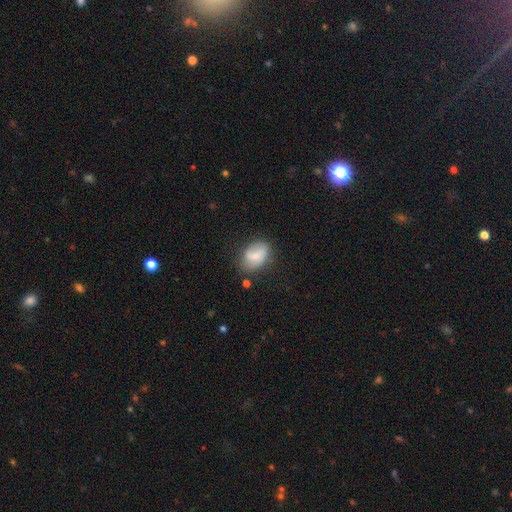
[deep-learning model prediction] Overall: smooth (62%; featured or disk 30%). How rounded: in between (80%). Merging: none (61%; minor disturbance 26%).